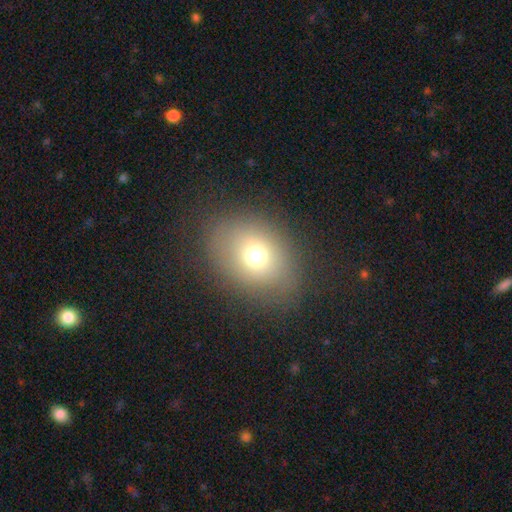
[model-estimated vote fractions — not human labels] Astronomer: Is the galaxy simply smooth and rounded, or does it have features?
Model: smooth — 70%.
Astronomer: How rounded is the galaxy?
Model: in between — 60% (runner-up: round, 39%).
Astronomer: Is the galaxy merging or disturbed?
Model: none — 78%.